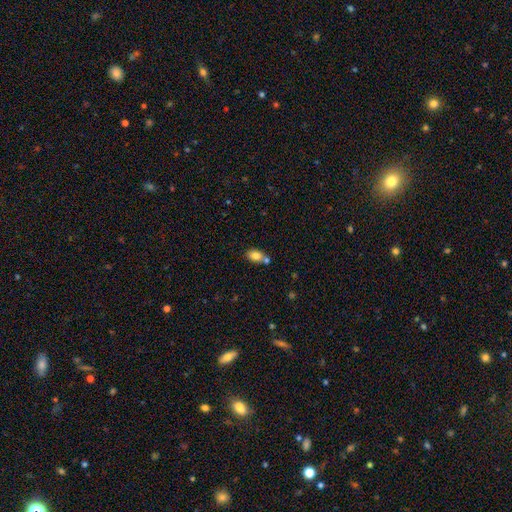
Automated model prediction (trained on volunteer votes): Smooth or featured? Predicted: smooth (p=0.81). How rounded? Predicted: in between (p=0.79). Merging? Predicted: none (p=0.54).